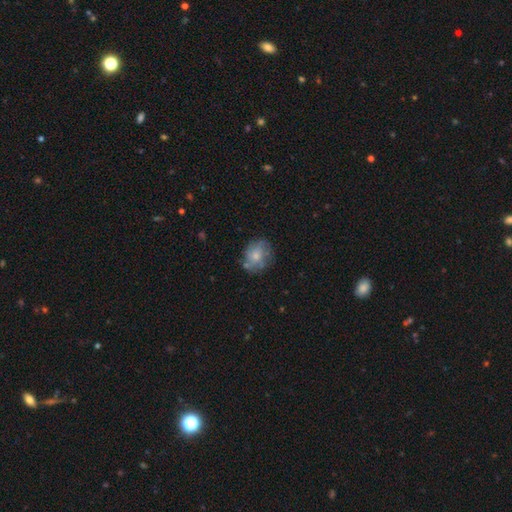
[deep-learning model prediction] Smooth or featured? smooth (53%)
How rounded? round (61%)
Merging? none (61%)